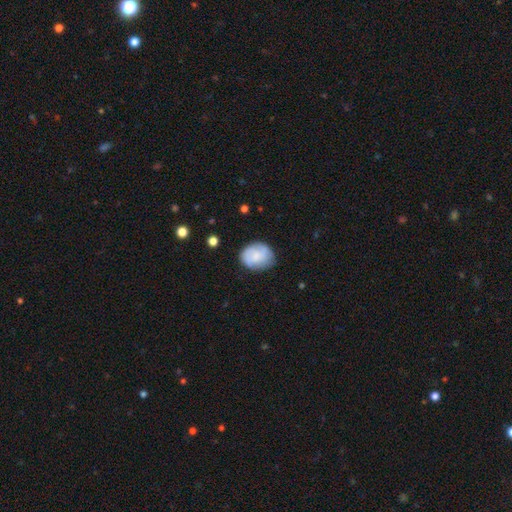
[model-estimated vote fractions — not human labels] A smooth galaxy with no disk features (67%) that is round (52%). Merging: none (74%).